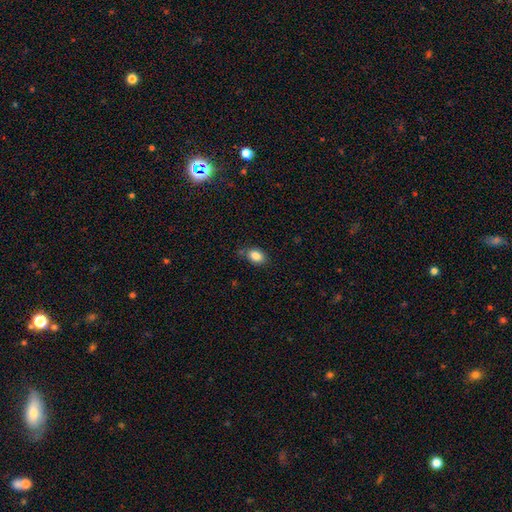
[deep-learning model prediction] smooth 86%, star or artifact 9%, featured or disk 6%. Down the decision tree: how rounded — in between (79%); merging — none (75%).